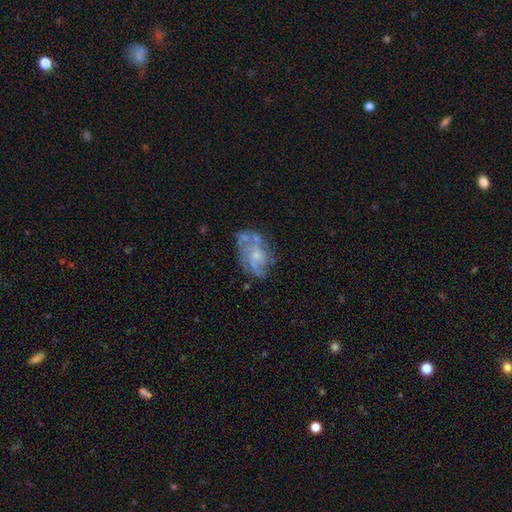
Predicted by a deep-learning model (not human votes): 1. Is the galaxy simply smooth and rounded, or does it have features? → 68% featured or disk, 24% smooth, 8% star or artifact.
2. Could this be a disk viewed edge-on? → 97% no, 3% yes.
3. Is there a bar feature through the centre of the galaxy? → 78% no, 19% weak, 3% strong.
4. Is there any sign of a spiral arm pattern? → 67% yes, 33% no.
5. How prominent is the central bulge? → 57% small, 27% moderate, 13% none, 2% large, 1% dominant.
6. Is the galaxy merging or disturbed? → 46% none, 24% minor disturbance, 18% major disturbance, 11% merger.